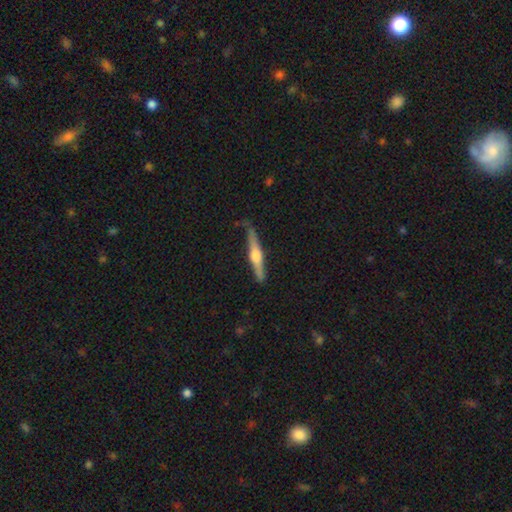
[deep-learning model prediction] featured or disk 63%, smooth 32%, star or artifact 5%. Down the decision tree: edge-on disk — yes (97%); edge-on bulge — rounded (91%); merging — none (79%).